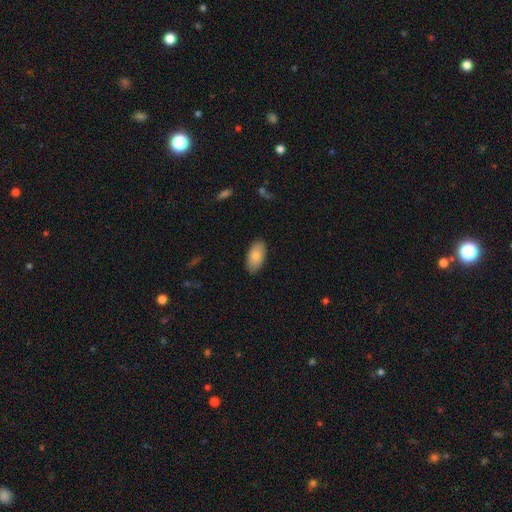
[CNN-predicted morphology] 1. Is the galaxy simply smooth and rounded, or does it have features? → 84% smooth, 10% featured or disk, 6% star or artifact.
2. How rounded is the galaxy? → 95% in between, 3% round, 3% cigar-shaped.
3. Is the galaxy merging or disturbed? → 86% none, 10% minor disturbance, 2% major disturbance, 1% merger.